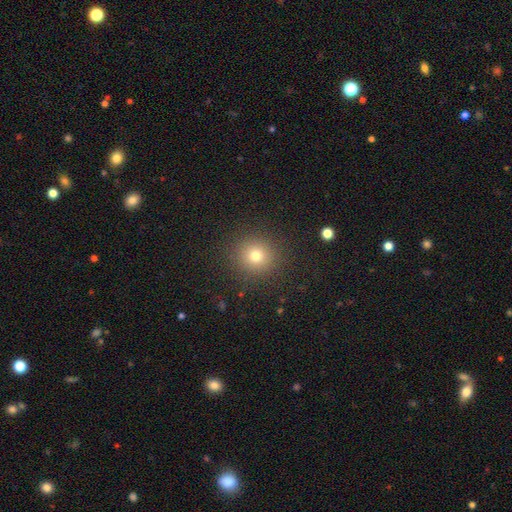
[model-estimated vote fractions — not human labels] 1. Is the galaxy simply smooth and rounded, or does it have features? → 75% smooth, 16% star or artifact, 9% featured or disk.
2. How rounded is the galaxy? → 92% round, 7% in between, 1% cigar-shaped.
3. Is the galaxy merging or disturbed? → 90% none, 6% minor disturbance, 3% major disturbance, 1% merger.